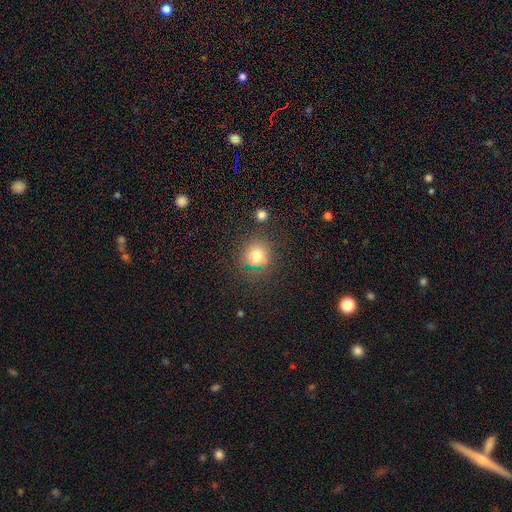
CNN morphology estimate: A smooth galaxy with no disk features (70%) that is round (88%). Merging: none (81%).